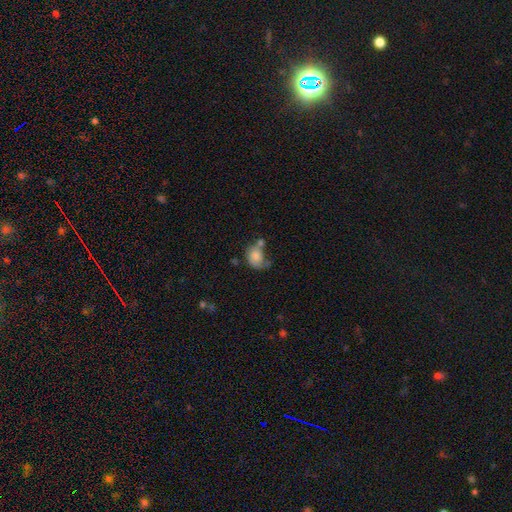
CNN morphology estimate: Smooth or featured: smooth — 70% (featured or disk — 21%)
How rounded: in between — 54% (round — 45%)
Merging: none — 31% (minor disturbance — 25%)